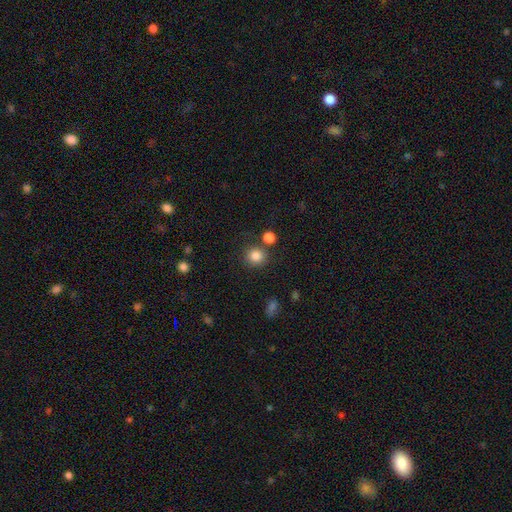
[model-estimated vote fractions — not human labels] smooth 84%, star or artifact 11%, featured or disk 5%. Down the decision tree: how rounded — round (90%); merging — none (78%).